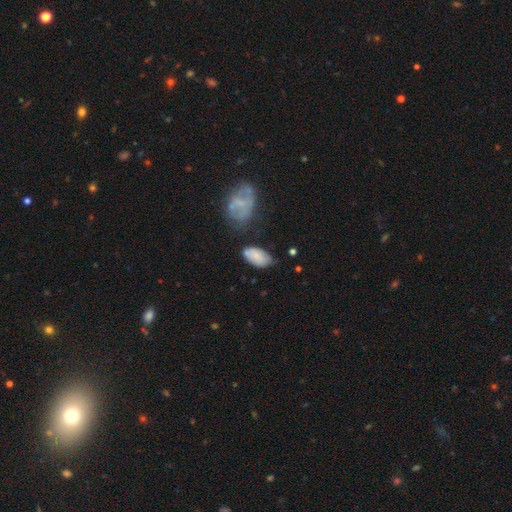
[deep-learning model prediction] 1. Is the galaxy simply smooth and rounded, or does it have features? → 76% smooth, 17% featured or disk, 7% star or artifact.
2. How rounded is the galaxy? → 94% in between, 4% round, 2% cigar-shaped.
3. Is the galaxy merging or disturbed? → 52% none, 29% minor disturbance, 9% merger, 9% major disturbance.